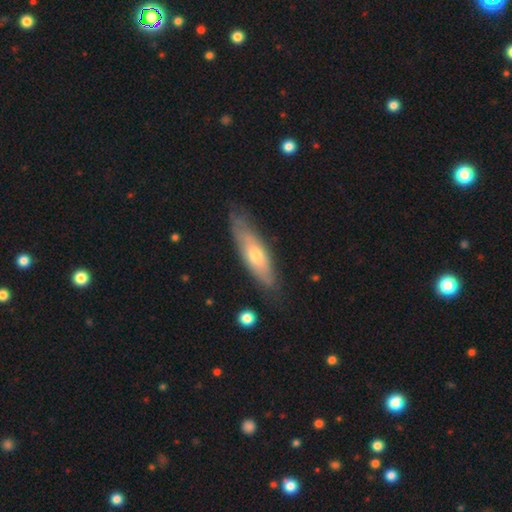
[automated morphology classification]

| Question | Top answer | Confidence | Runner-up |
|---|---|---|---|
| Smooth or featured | smooth | 50% | featured or disk (45%) |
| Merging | none | 71% | minor disturbance (21%) |